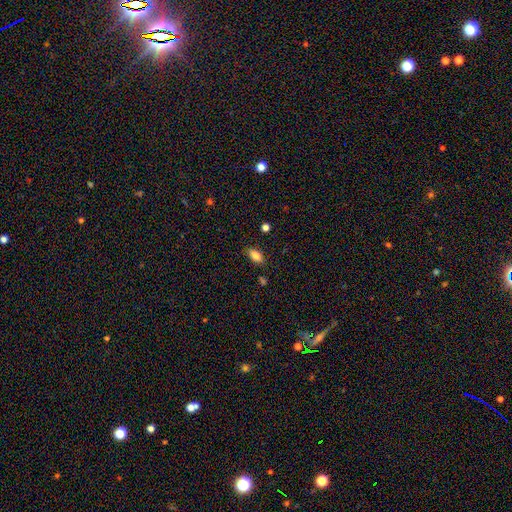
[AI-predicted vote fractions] Smooth or featured: smooth — 85% (star or artifact — 9%)
How rounded: in between — 90% (round — 5%)
Merging: none — 82% (minor disturbance — 13%)